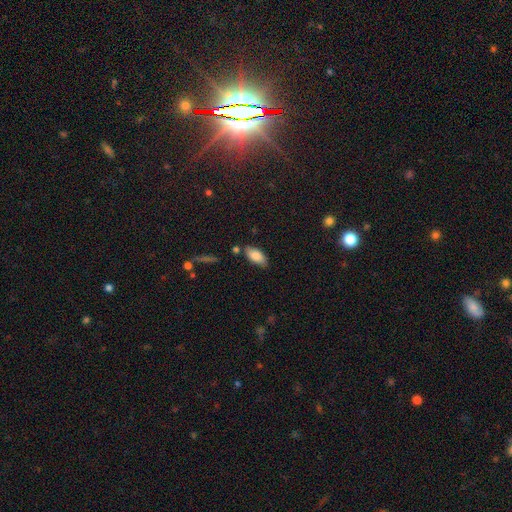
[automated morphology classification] smooth 85%, featured or disk 8%, star or artifact 7%. Down the decision tree: how rounded — in between (90%); merging — none (77%).